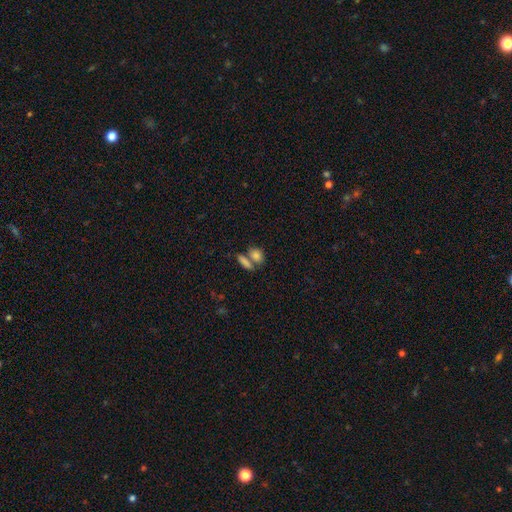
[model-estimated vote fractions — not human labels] This appears to be a smooth galaxy with no disk features (83%) that is in between round and cigar-shaped (74%). Merging: none (45%).